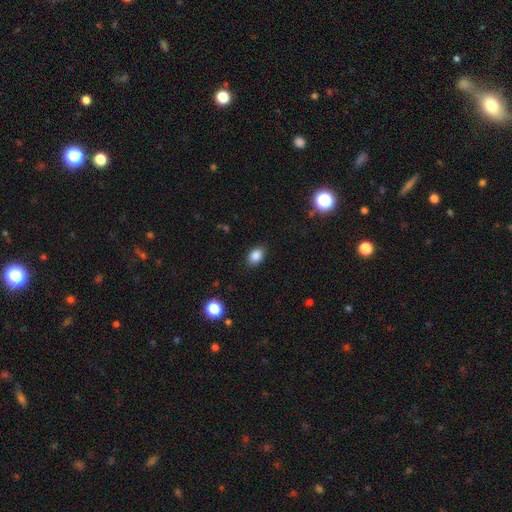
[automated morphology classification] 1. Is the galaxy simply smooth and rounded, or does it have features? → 86% smooth, 10% star or artifact, 4% featured or disk.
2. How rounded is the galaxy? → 73% in between, 26% round, 1% cigar-shaped.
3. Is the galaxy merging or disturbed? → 87% none, 10% minor disturbance, 3% major disturbance, 1% merger.